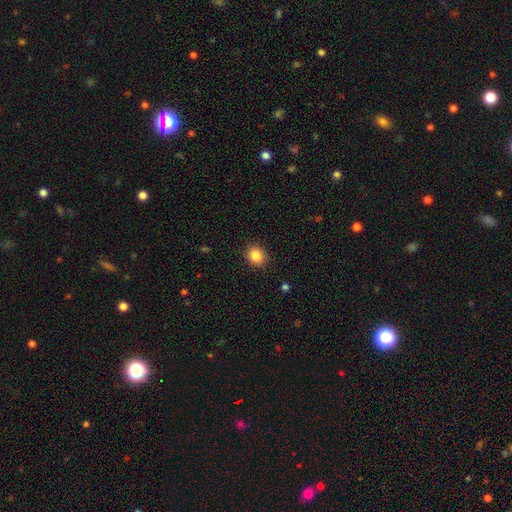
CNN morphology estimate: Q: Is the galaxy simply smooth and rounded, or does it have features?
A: smooth — 86%.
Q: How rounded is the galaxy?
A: round — 77%.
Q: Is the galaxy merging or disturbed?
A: none — 89%.